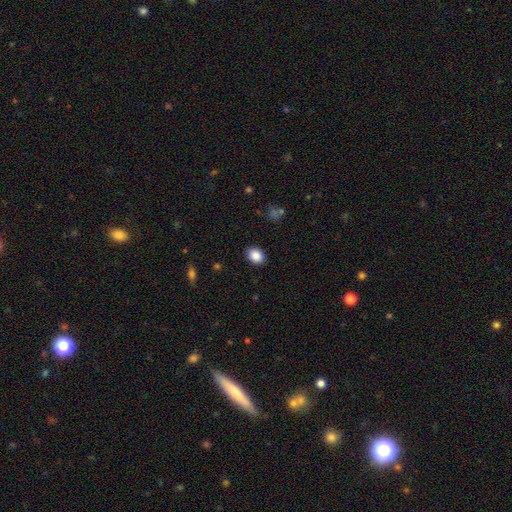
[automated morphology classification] smooth-or-featured: smooth: 89% | star or artifact: 8% | featured or disk: 3%
  how-rounded: in between: 63% | round: 37% | cigar-shaped: 1%
  merging: none: 89% | minor disturbance: 8% | major disturbance: 2% | merger: 1%